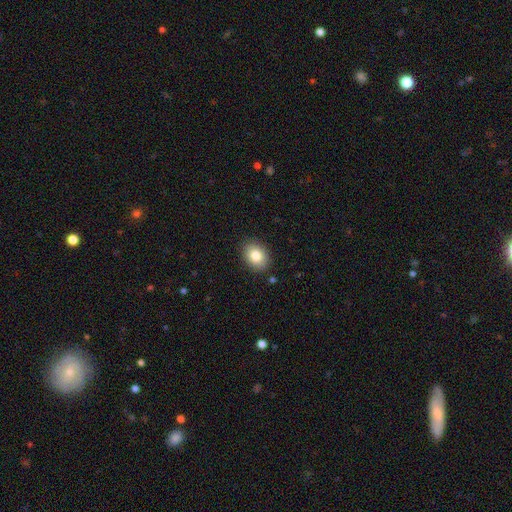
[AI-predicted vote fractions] Smooth or featured? smooth (83%)
How rounded? in between (68%)
Merging? none (88%)